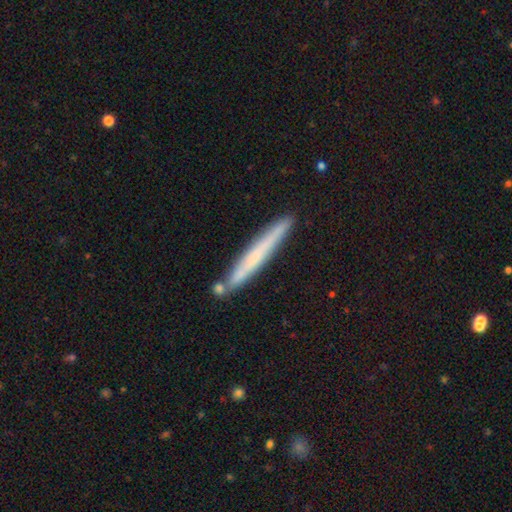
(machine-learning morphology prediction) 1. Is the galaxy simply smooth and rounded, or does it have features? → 56% smooth, 37% featured or disk, 7% star or artifact.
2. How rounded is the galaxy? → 97% cigar-shaped, 2% in between, 1% round.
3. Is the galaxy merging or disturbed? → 81% none, 11% minor disturbance, 7% merger, 2% major disturbance.